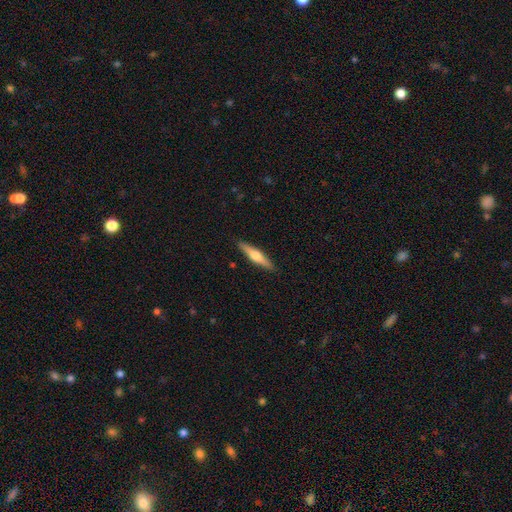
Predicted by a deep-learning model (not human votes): featured or disk 53%, smooth 42%, star or artifact 5%. Down the decision tree: edge-on disk — yes (96%); edge-on bulge — rounded (90%); merging — none (91%).